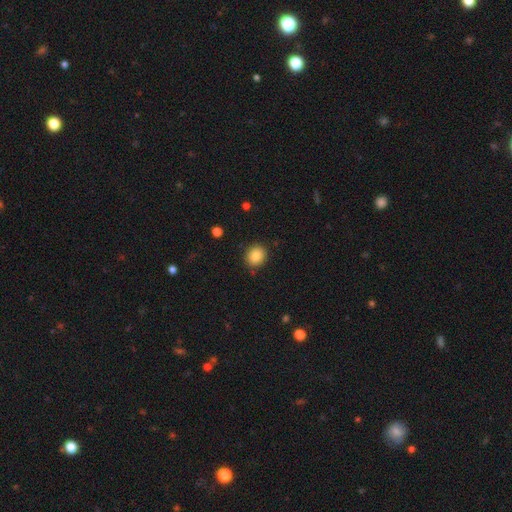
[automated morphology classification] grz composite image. It shows a smooth galaxy with no disk features (85%) that is round (74%). Merging: none (87%).